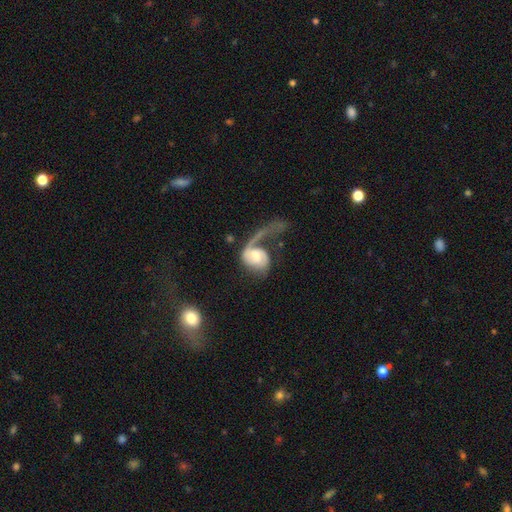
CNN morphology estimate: type=featured or disk (72%); edge-on=no (97%); bar=no (53%); spiral arms=yes (88%); winding=loose (63%); arm count=1 (75%); bulge=moderate (57%); merging=major disturbance (59%).